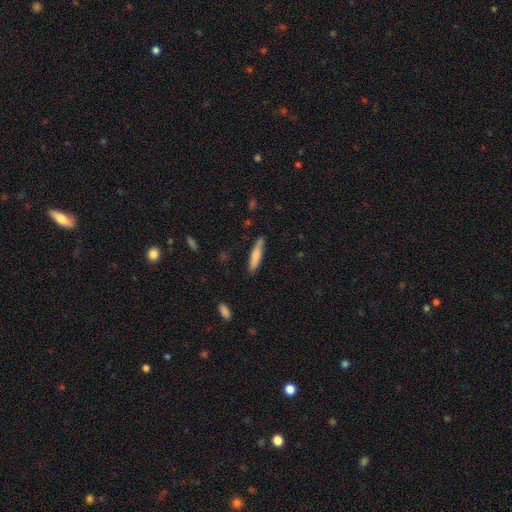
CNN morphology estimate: A smooth galaxy with no disk features (70%) that is cigar-shaped (87%). Merging: none (85%).